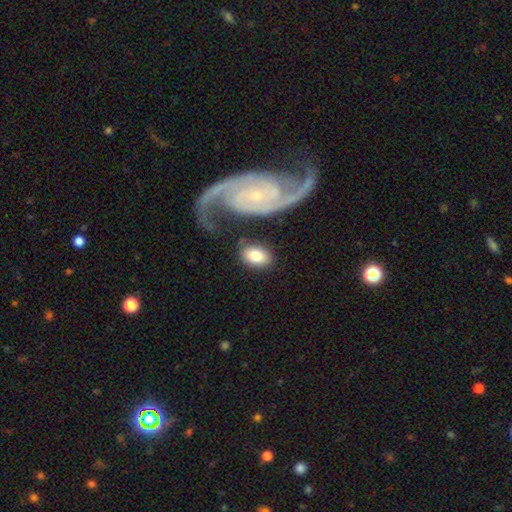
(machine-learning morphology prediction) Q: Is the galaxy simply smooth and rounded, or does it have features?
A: smooth — 76%.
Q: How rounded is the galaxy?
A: in between — 86%.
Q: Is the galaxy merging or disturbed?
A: none — 72%.